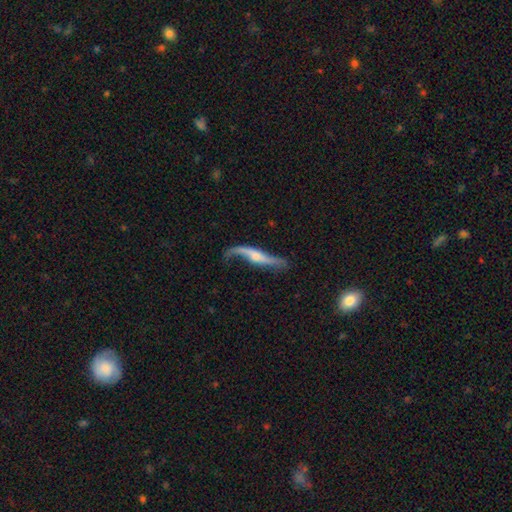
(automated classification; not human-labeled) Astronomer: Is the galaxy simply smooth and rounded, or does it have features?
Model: featured or disk — 79%.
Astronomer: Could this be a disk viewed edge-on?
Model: no — 52% (runner-up: yes, 48%).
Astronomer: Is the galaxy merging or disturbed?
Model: none — 54%.